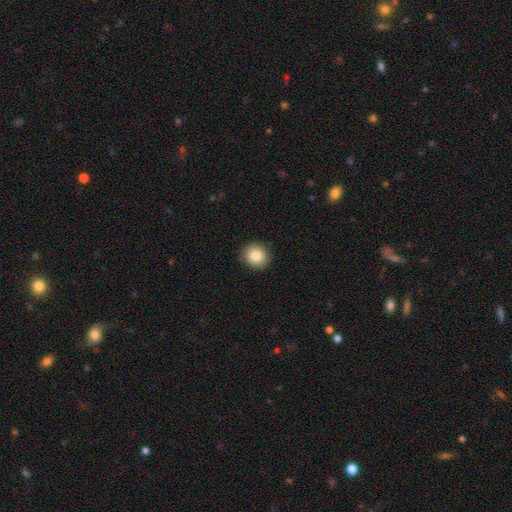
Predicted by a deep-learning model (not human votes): Overall: smooth (86%). How rounded: round (89%). Merging: none (90%).